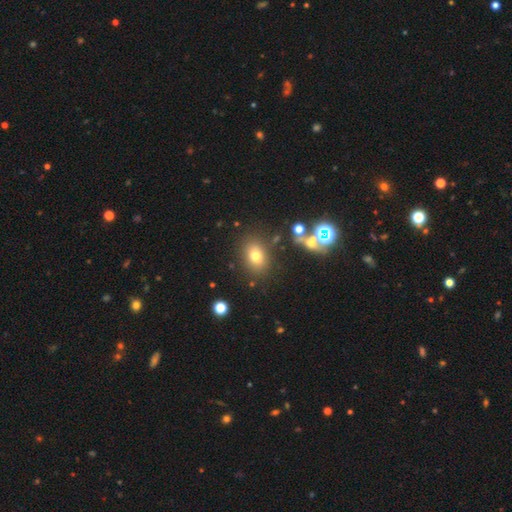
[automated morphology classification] Smooth or featured?
  - smooth: 72% *
  - star or artifact: 15%
  - featured or disk: 12%
How rounded?
  - in between: 66% *
  - round: 33%
  - cigar-shaped: 1%
Merging?
  - none: 80% *
  - minor disturbance: 11%
  - merger: 5%
  - major disturbance: 5%